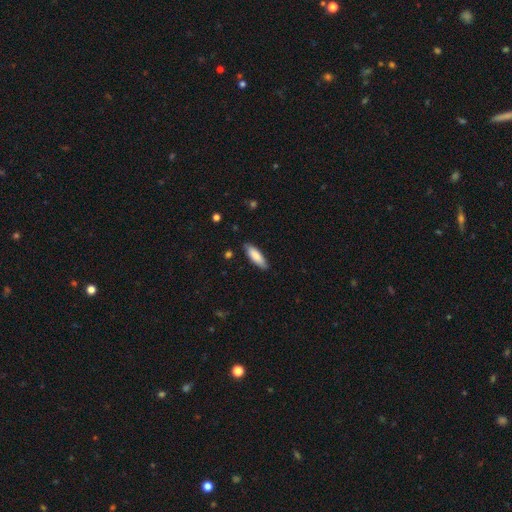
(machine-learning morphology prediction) smooth-or-featured: smooth: 84% | featured or disk: 10% | star or artifact: 5%
  how-rounded: in between: 53% | cigar-shaped: 45% | round: 1%
  merging: none: 85% | minor disturbance: 12% | major disturbance: 2% | merger: 1%